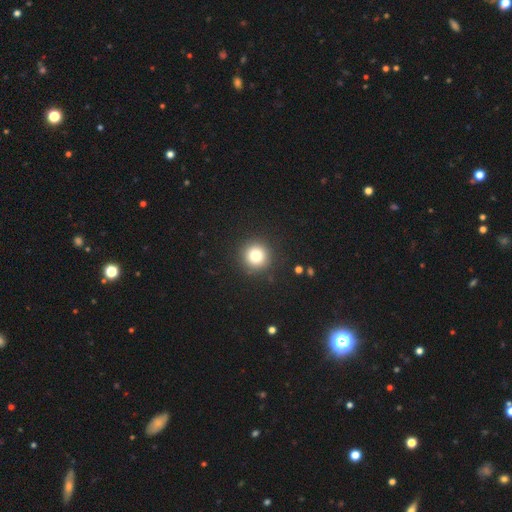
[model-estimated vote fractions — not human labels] Smooth or featured?
  - smooth: 79% *
  - star or artifact: 13%
  - featured or disk: 9%
How rounded?
  - round: 95% *
  - in between: 4%
  - cigar-shaped: 1%
Merging?
  - none: 91% *
  - minor disturbance: 5%
  - major disturbance: 2%
  - merger: 1%